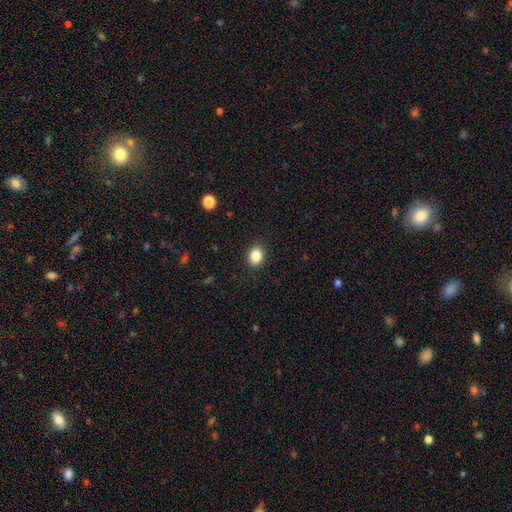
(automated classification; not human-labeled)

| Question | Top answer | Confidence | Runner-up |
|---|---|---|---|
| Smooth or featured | smooth | 86% | star or artifact (9%) |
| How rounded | in between | 67% | round (32%) |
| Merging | none | 89% | minor disturbance (8%) |